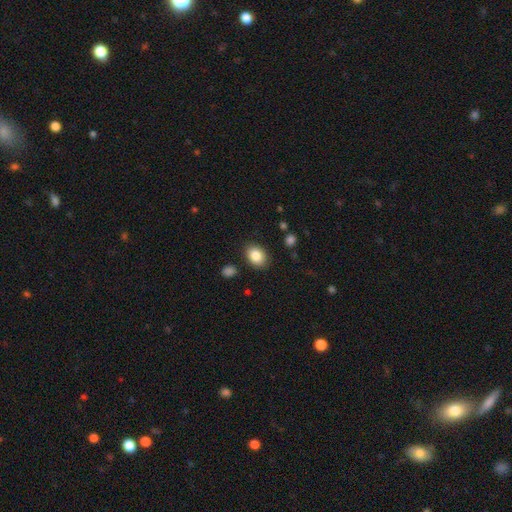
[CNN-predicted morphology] type=smooth (86%); roundness=in between (70%); merging=none (86%).